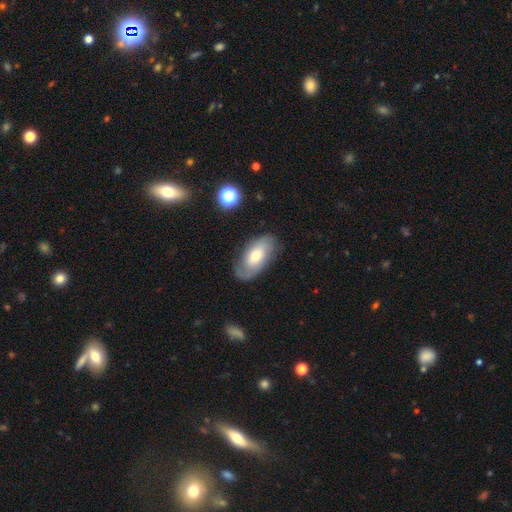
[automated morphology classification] A featured or disk galaxy (48%). Merging: none (72%).